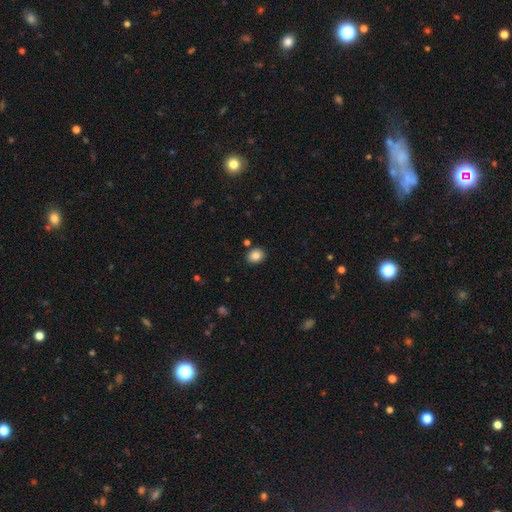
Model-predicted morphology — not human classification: Smooth or featured? smooth (84%)
How rounded? round (56%)
Merging? none (87%)